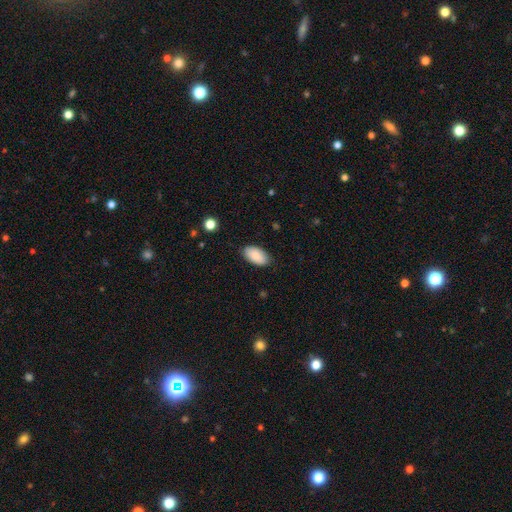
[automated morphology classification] The model was most divided on "merging": none: 83%, minor disturbance: 13%, major disturbance: 3%, merger: 1%. More confident: how rounded — in between (95%); smooth or featured — smooth (88%).